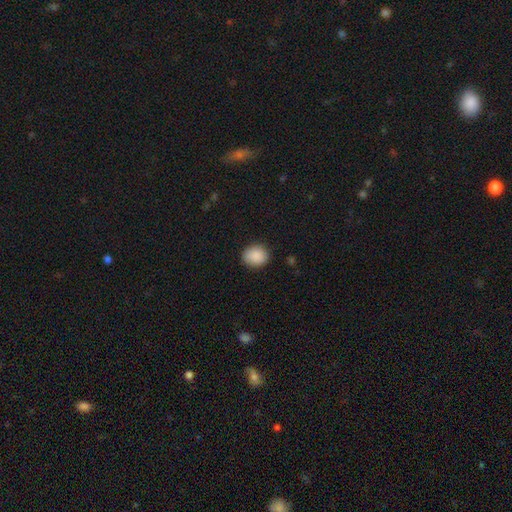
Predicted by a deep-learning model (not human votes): smooth_or_featured: smooth (p=0.89) [alt: star or artifact p=0.07]
how_rounded: round (p=0.68) [alt: in between p=0.31]
merging: none (p=0.87) [alt: minor disturbance p=0.10]